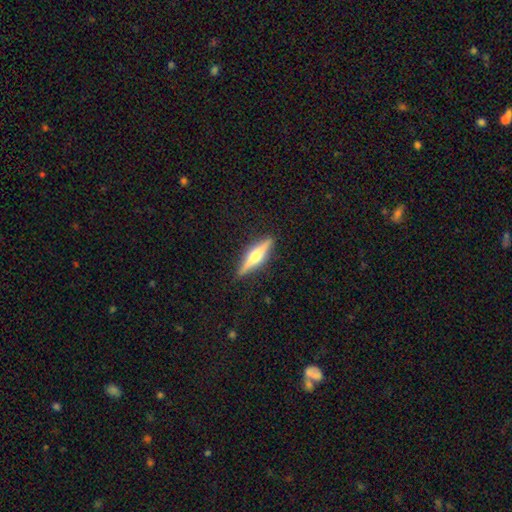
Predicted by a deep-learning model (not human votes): This is likely a featured or disk galaxy (65%). It is clearly viewed edge-on (97%). Edge-on bulge: clearly rounded (90%). Merging: clearly none (89%).